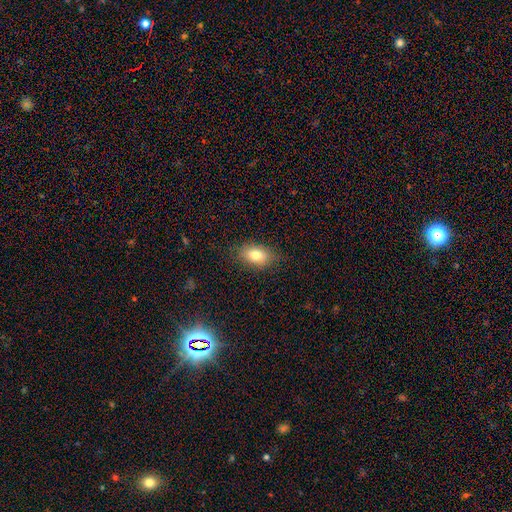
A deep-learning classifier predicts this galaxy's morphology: The model was most divided on "smooth or featured": smooth: 78%, featured or disk: 13%, star or artifact: 9%. More confident: how rounded — in between (85%); merging — none (83%).